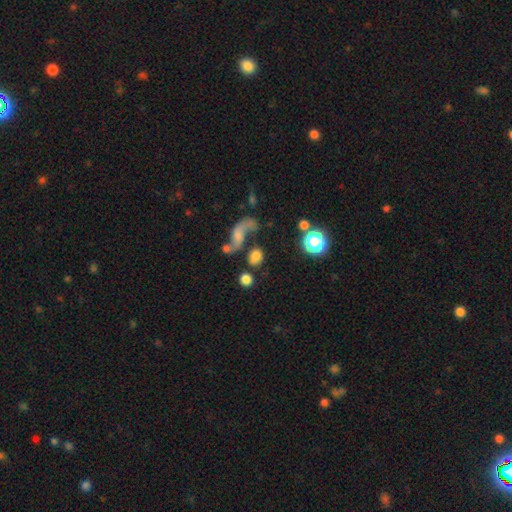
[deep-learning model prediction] Smooth or featured: smooth — 67% (featured or disk — 20%)
How rounded: round — 55% (in between — 41%)
Merging: none — 47% (merger — 28%)